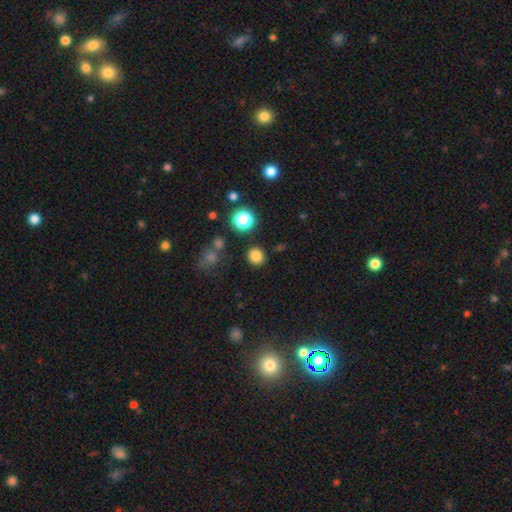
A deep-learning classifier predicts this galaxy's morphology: smooth_or_featured: smooth (p=0.81) [alt: star or artifact p=0.15]
how_rounded: round (p=0.85) [alt: in between p=0.14]
merging: none (p=0.86) [alt: minor disturbance p=0.08]